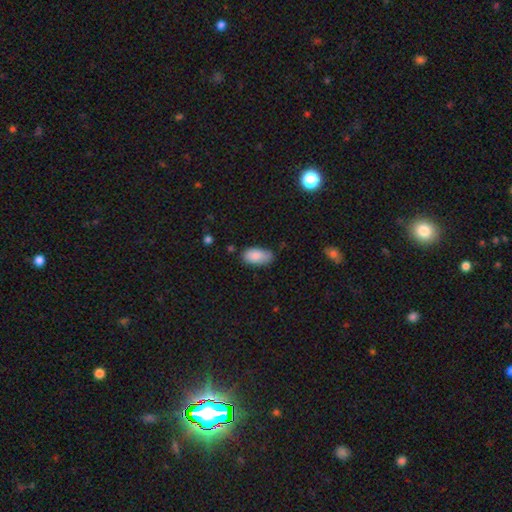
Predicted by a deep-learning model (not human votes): This appears to be a smooth galaxy with no disk features (87%) that is in between round and cigar-shaped (93%). Merging: none (68%).